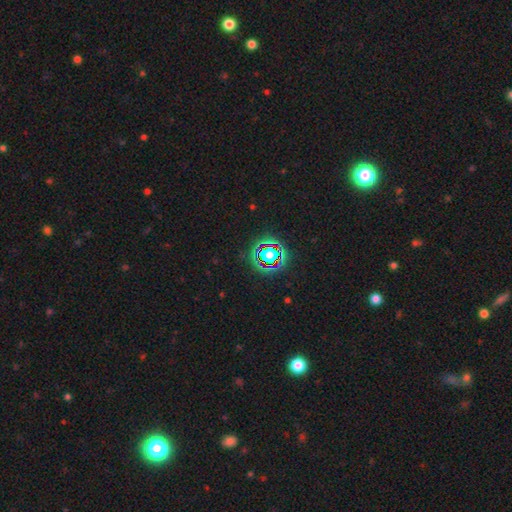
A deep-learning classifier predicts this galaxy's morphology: smooth-or-featured: star or artifact: 78% | smooth: 13% | featured or disk: 9%